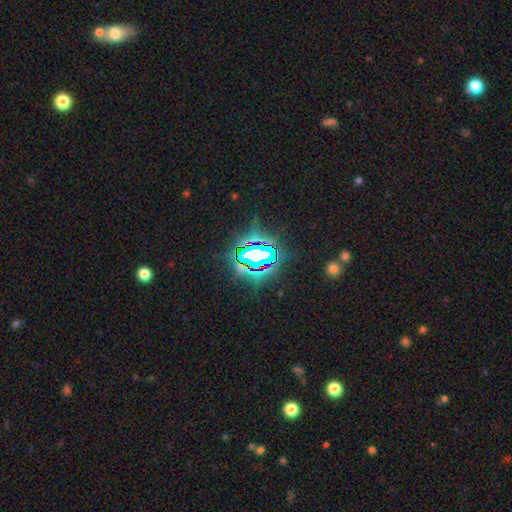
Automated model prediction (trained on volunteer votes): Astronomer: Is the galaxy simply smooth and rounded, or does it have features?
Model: star or artifact — 76%.